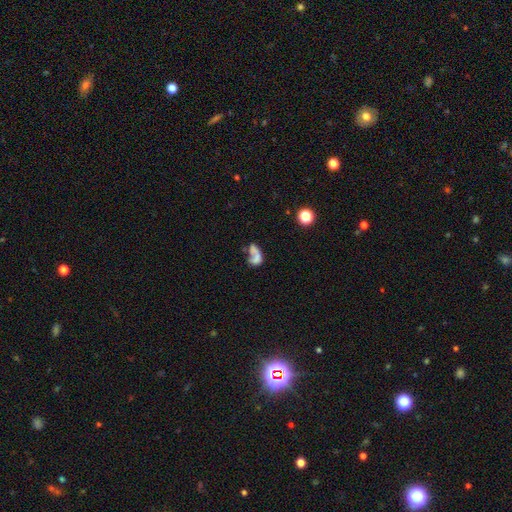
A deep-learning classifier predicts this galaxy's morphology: type=smooth (47%); merging=merger (41%).